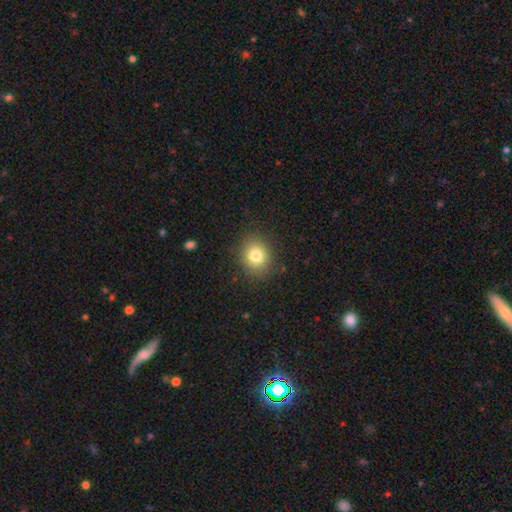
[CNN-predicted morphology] This appears to be a smooth galaxy with no disk features (81%) that is round (73%). Merging: none (87%).